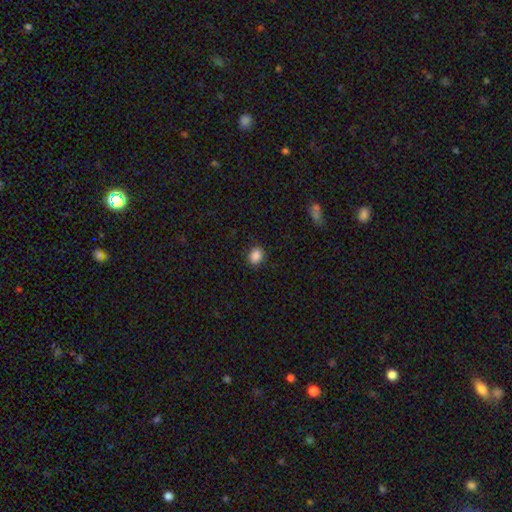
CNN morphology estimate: A smooth galaxy with no disk features (87%) that is round (52%).

Vote fractions:
- Smooth or featured? smooth: 87% / star or artifact: 9% / featured or disk: 3%
- How rounded? round: 52% / in between: 47% / cigar-shaped: 1%
- Merging? none: 88% / minor disturbance: 9% / major disturbance: 2% / merger: 1%